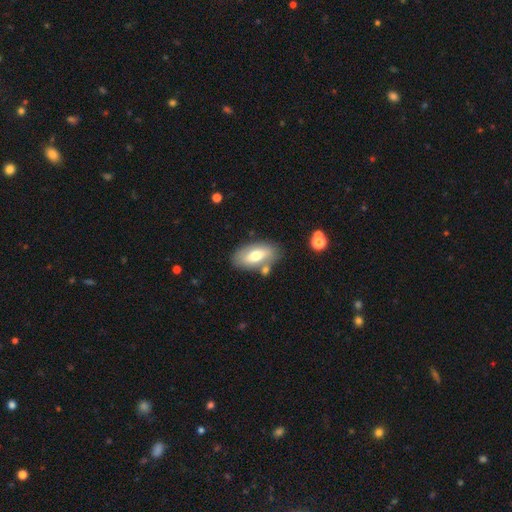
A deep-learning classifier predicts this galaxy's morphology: smooth-or-featured: smooth: 64% | featured or disk: 29% | star or artifact: 7%
  how-rounded: in between: 91% | cigar-shaped: 6% | round: 4%
  merging: none: 72% | minor disturbance: 14% | merger: 10% | major disturbance: 4%